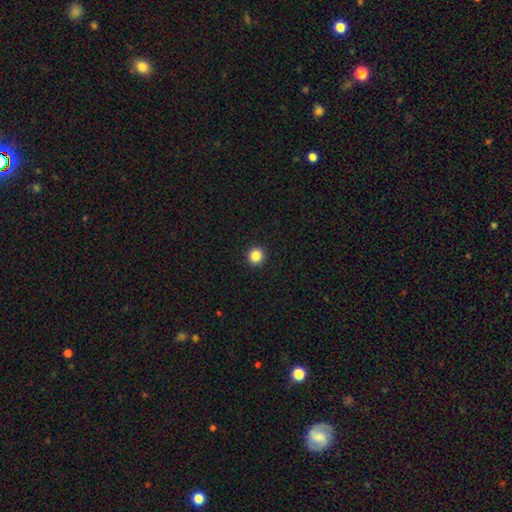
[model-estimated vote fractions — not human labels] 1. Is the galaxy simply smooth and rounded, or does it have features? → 86% smooth, 10% star or artifact, 3% featured or disk.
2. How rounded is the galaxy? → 95% round, 4% in between, 1% cigar-shaped.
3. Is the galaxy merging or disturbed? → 94% none, 4% minor disturbance, 1% major disturbance, 1% merger.